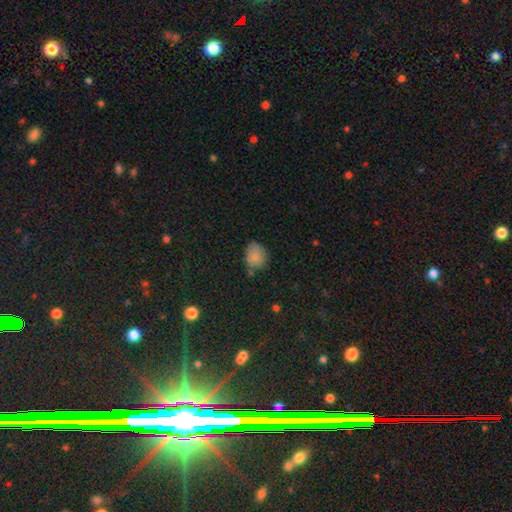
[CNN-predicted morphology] Smooth or featured: smooth — 83% (star or artifact — 11%)
How rounded: round — 52% (in between — 47%)
Merging: none — 62% (minor disturbance — 27%)